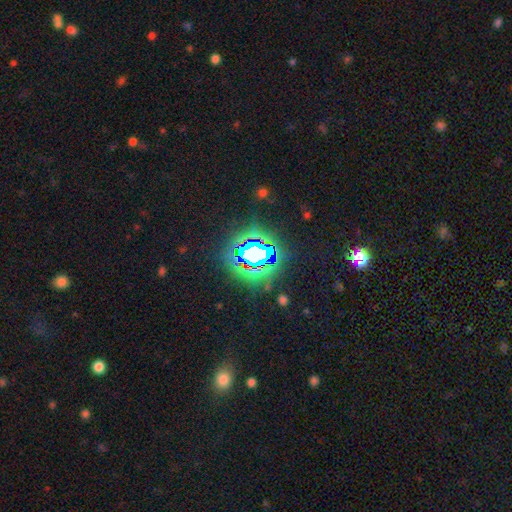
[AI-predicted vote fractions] Overall: star or artifact (77%).